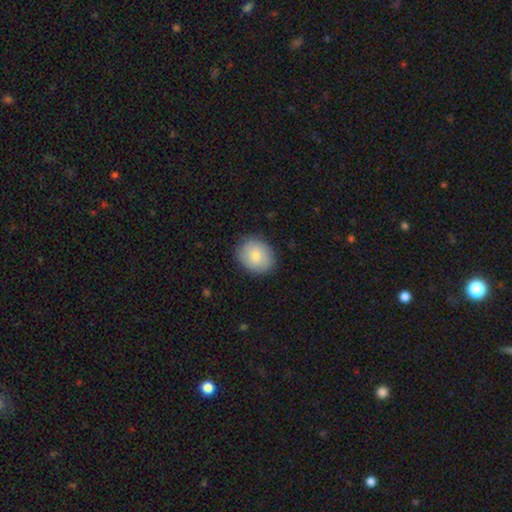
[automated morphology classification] This appears to be a smooth galaxy with no disk features (80%) that is round (56%). Merging: none (85%).